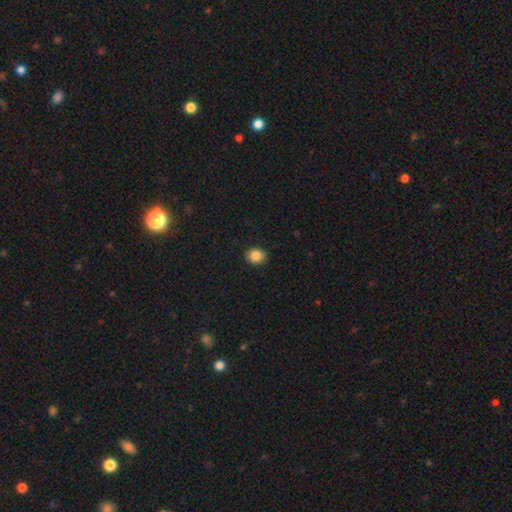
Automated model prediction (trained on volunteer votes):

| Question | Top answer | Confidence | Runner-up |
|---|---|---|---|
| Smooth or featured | smooth | 86% | star or artifact (10%) |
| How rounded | round | 67% | in between (32%) |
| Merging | none | 91% | minor disturbance (6%) |